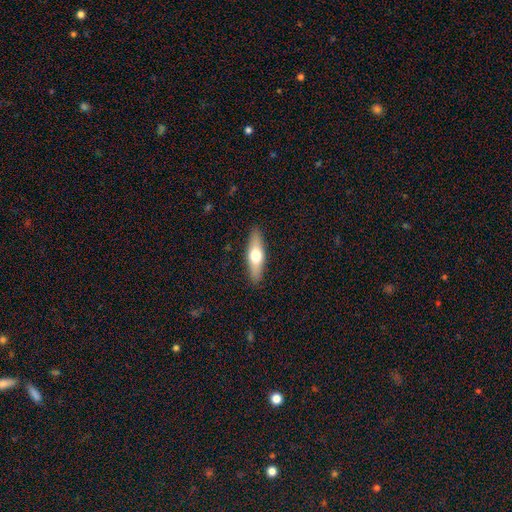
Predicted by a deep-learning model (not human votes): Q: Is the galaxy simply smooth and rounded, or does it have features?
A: smooth — 55%.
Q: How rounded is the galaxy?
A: cigar-shaped — 57%.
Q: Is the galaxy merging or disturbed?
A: none — 89%.